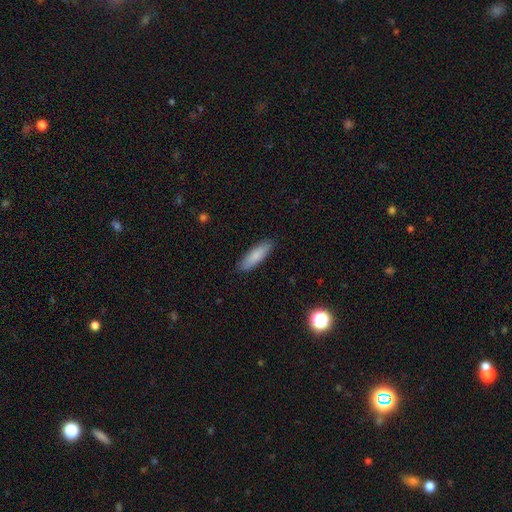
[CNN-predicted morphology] Overall: smooth (85%). How rounded: cigar-shaped (55%; in between 43%). Merging: none (89%).